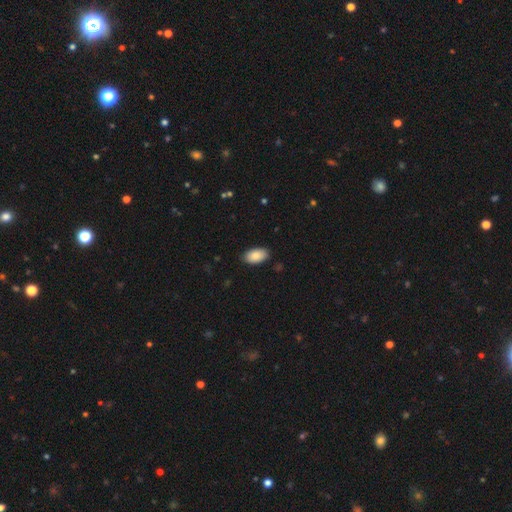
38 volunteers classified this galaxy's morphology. Overall: smooth (89%). How rounded: in between (91%). Merging: none (82%).